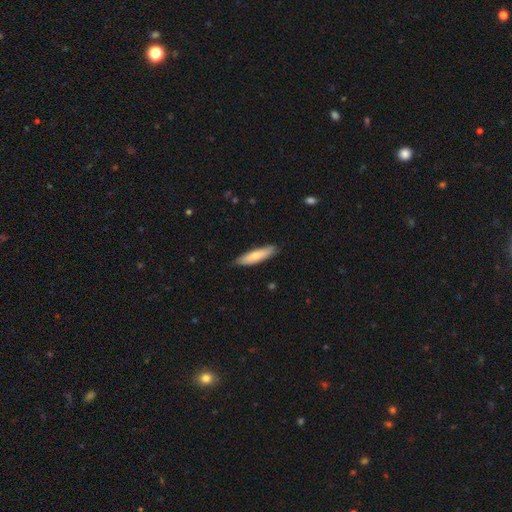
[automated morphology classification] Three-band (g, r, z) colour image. It shows a smooth galaxy with no disk features (71%) that is cigar-shaped (71%). Merging: none (84%).